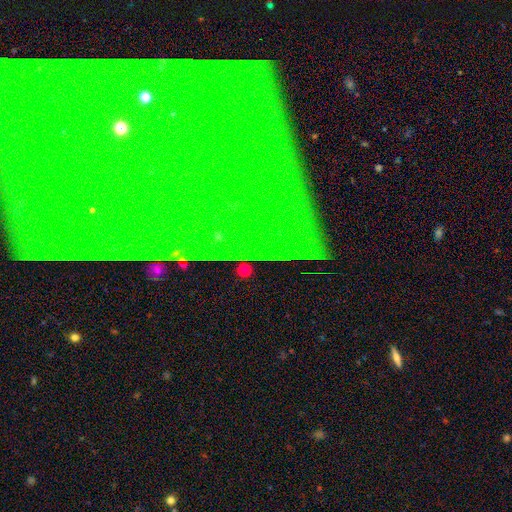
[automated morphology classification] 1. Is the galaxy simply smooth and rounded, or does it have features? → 76% star or artifact, 13% featured or disk, 11% smooth.